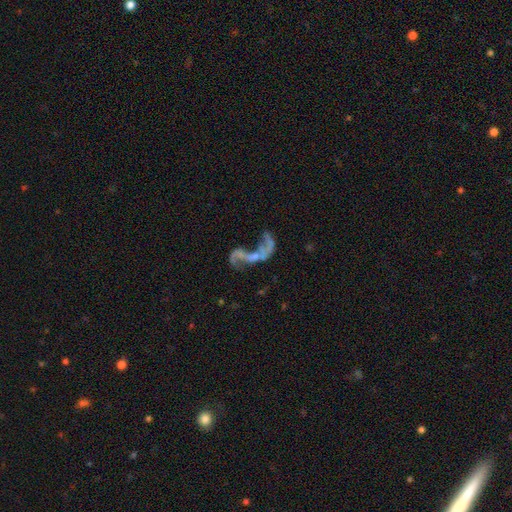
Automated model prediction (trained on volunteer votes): A featured or disk galaxy (75%) with no bar (62%), spiral arms (68%) and no central bulge (47%).

Vote fractions:
- Smooth or featured? featured or disk: 75% / star or artifact: 14% / smooth: 11%
- Edge-on disk? no: 96% / yes: 4%
- Bar? no: 62% / weak: 26% / strong: 12%
- Spiral arms? yes: 68% / no: 32%
- Bulge size? none: 47% / small: 40% / moderate: 10% / large: 2% / dominant: 1%
- Merging? major disturbance: 35% / none: 28% / merger: 25% / minor disturbance: 12%